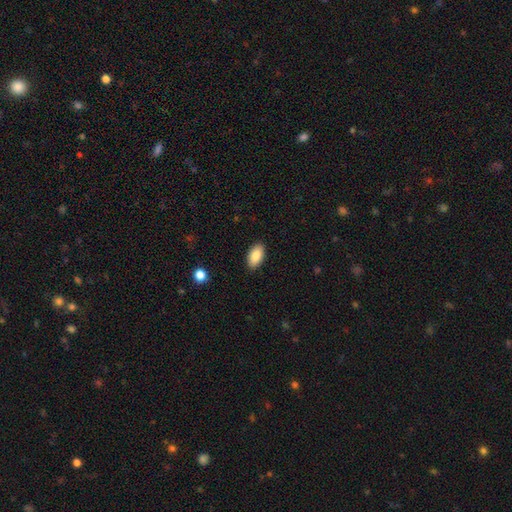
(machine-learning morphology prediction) type=smooth (87%); roundness=in between (94%); merging=none (89%).